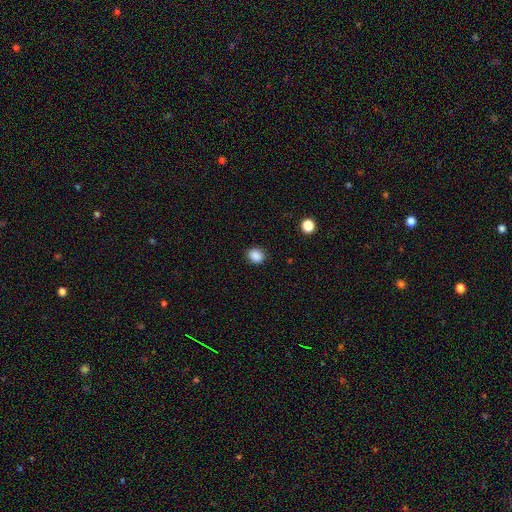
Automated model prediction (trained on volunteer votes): A smooth galaxy with no disk features (87%) that is round (66%).

Vote fractions:
- Smooth or featured? smooth: 87% / star or artifact: 10% / featured or disk: 3%
- How rounded? round: 66% / in between: 33% / cigar-shaped: 1%
- Merging? none: 88% / minor disturbance: 8% / major disturbance: 2% / merger: 1%